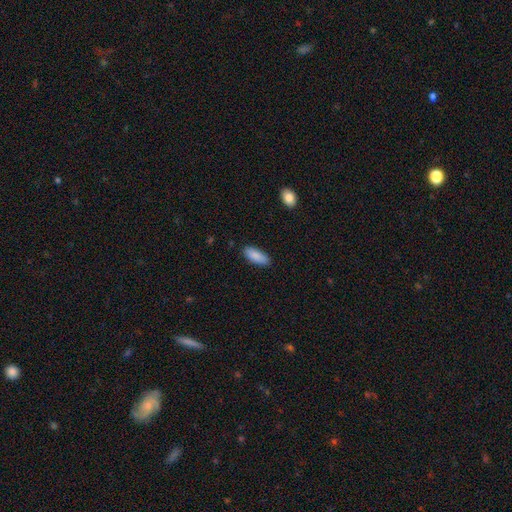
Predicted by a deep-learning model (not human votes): Morphology: type=smooth (88%); roundness=in between (72%); merging=none (86%).